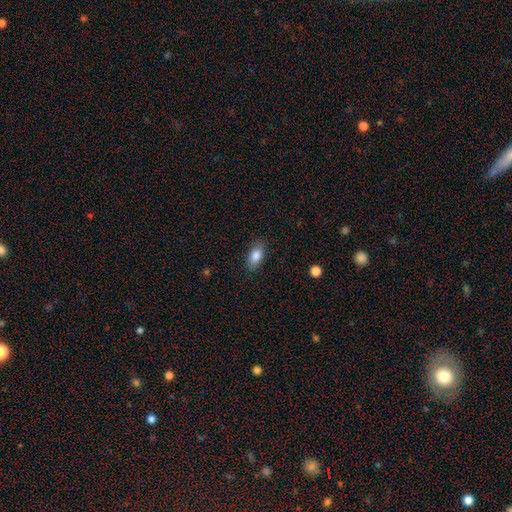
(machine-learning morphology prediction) A smooth galaxy with no disk features (86%) that is in between round and cigar-shaped (90%).

Vote fractions:
- Smooth or featured? smooth: 86% / star or artifact: 7% / featured or disk: 7%
- How rounded? in between: 90% / cigar-shaped: 6% / round: 5%
- Merging? none: 85% / minor disturbance: 11% / major disturbance: 3% / merger: 1%